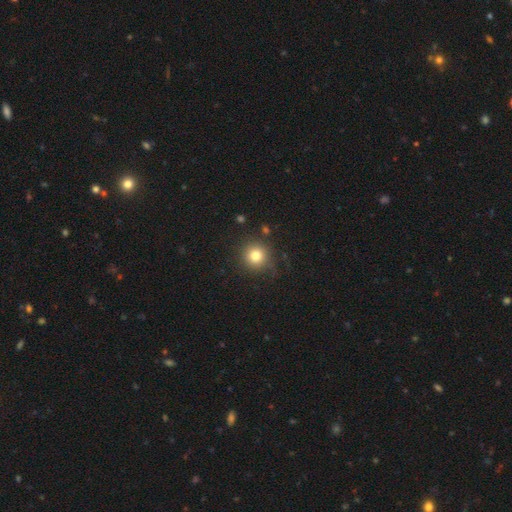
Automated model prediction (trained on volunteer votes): smooth_or_featured: smooth (p=0.80) [alt: star or artifact p=0.13]
how_rounded: round (p=0.94) [alt: in between p=0.05]
merging: none (p=0.85) [alt: minor disturbance p=0.09]